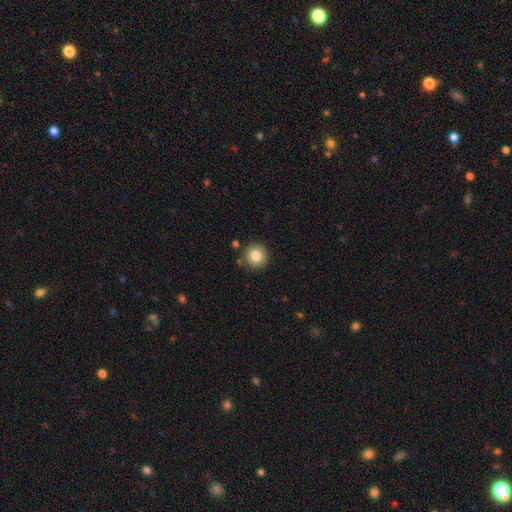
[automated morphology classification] smooth-or-featured: smooth: 82% | star or artifact: 10% | featured or disk: 8%
  how-rounded: round: 94% | in between: 5% | cigar-shaped: 1%
  merging: none: 87% | minor disturbance: 7% | merger: 3% | major disturbance: 2%